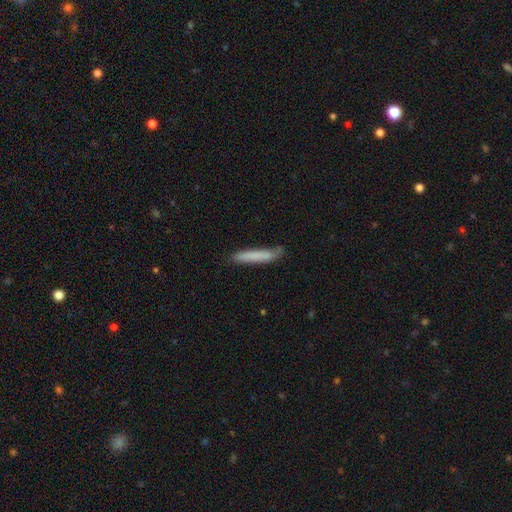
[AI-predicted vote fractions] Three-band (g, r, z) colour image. It shows a smooth galaxy with no disk features (77%) that is cigar-shaped (93%). Merging: none (75%).